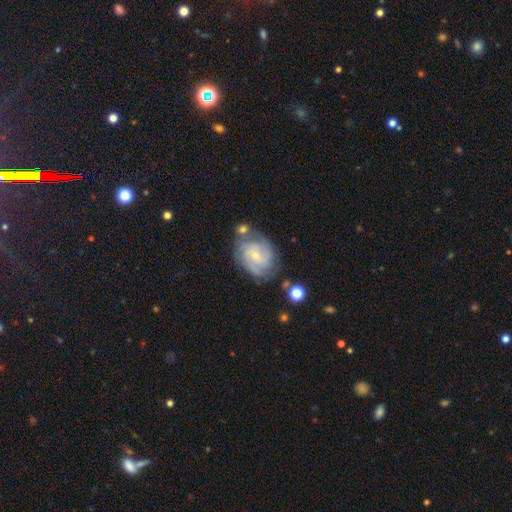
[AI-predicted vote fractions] The model was most divided on "spiral arm count": can't tell: 28%, 3: 27%, 2: 22%, 4: 13%, more than 4: 5%, 1: 4%. More confident: edge-on disk — no (97%); spiral arms — yes (93%); smooth or featured — featured or disk (78%); bulge size — small (73%); bar — no (62%); merging — none (62%); spiral winding — tight (59%).